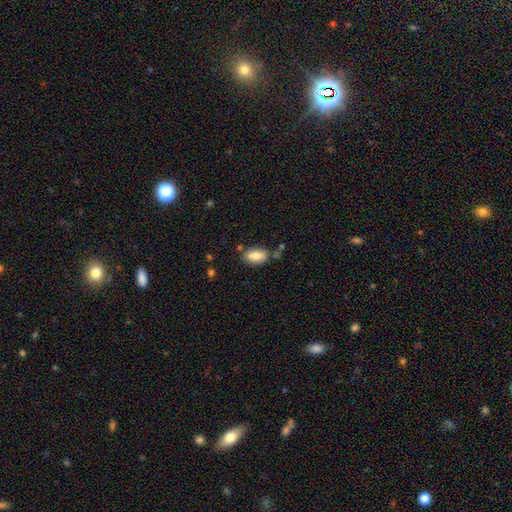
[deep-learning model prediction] This is clearly a smooth galaxy (83%). How rounded: clearly in between (90%). Merging: likely none (73%).